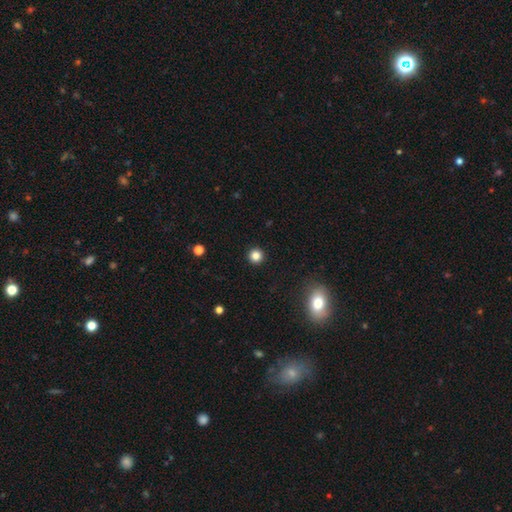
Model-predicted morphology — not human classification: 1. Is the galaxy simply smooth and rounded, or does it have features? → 83% smooth, 12% star or artifact, 4% featured or disk.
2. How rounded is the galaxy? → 96% round, 3% in between, 1% cigar-shaped.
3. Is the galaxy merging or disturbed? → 93% none, 4% minor disturbance, 2% major disturbance, 1% merger.